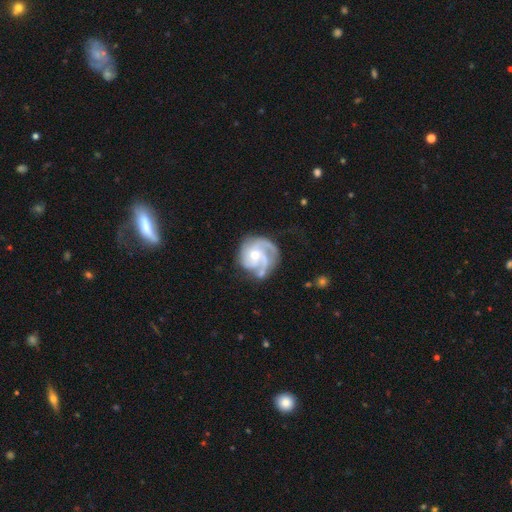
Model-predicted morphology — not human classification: This is clearly a featured or disk galaxy (86%). It is clearly not viewed edge-on (98%). Bar: likely no (70%). Spiral arm pattern: clearly yes (96%). Spiral arm count: possibly 3 (52%). Spiral winding: possibly tight (49%). Central bulge: possibly moderate (51%). Merging: likely none (62%).